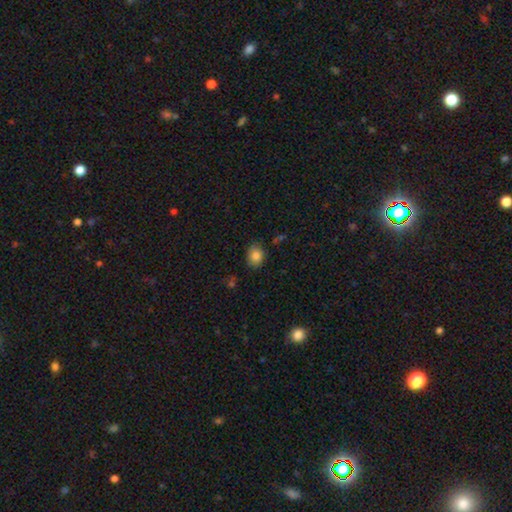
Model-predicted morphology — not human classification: A smooth galaxy with no disk features (85%) that is in between round and cigar-shaped (55%). Merging: none (80%).